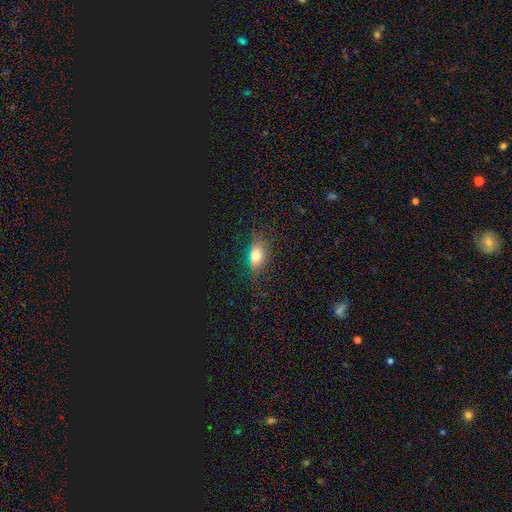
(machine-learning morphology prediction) Smooth or featured: smooth — 68% (star or artifact — 19%)
How rounded: in between — 72% (round — 23%)
Merging: none — 78% (minor disturbance — 15%)